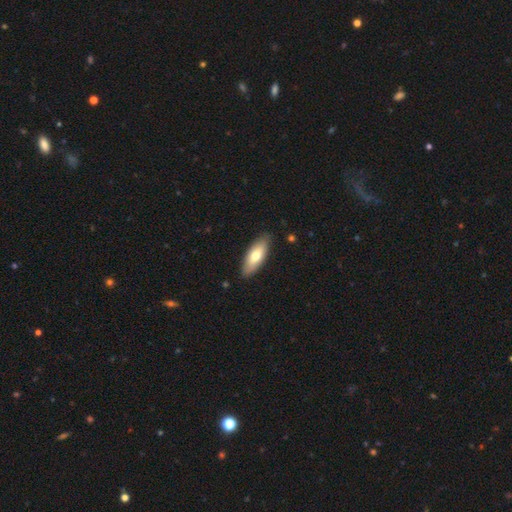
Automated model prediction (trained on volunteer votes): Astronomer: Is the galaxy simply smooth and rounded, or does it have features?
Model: smooth — 68%.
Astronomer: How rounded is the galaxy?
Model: in between — 71%.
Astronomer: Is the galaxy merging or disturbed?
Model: none — 86%.